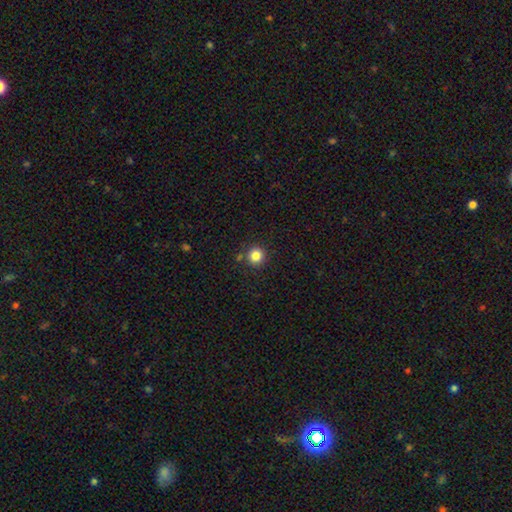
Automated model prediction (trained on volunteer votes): This is clearly a smooth galaxy (84%). How rounded: clearly round (94%). Merging: clearly none (87%).